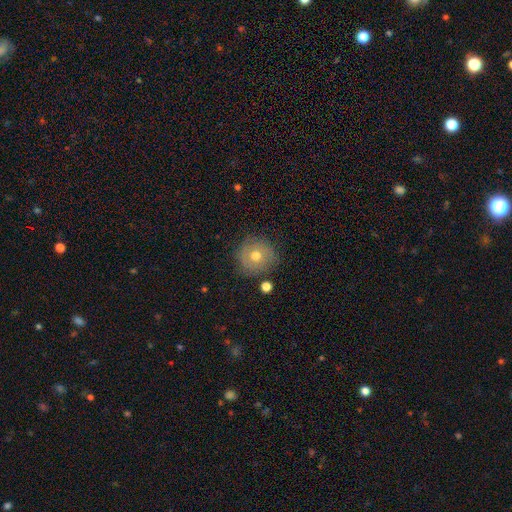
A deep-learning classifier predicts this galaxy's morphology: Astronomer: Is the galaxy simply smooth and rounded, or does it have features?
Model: smooth — 62%.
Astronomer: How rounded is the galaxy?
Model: round — 92%.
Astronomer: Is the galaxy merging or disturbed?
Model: none — 80%.